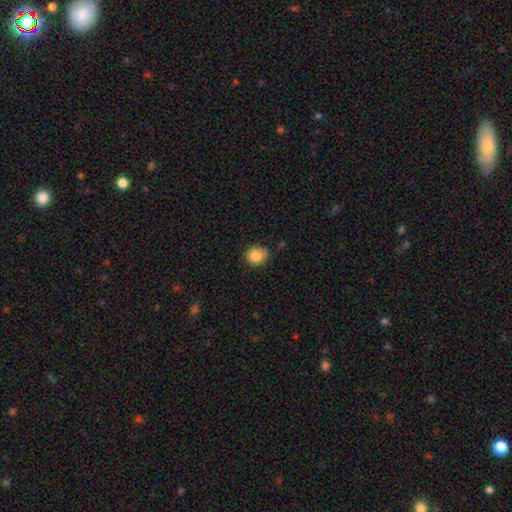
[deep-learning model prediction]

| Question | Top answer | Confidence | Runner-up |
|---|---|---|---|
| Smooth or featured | smooth | 85% | star or artifact (9%) |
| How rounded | round | 73% | in between (26%) |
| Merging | none | 75% | minor disturbance (20%) |